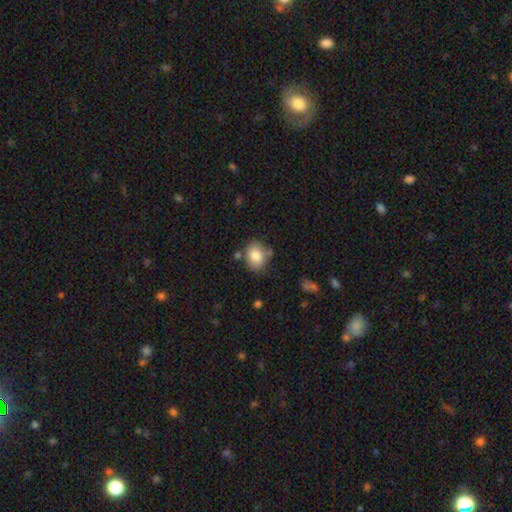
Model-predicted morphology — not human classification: This appears to be a smooth galaxy with no disk features (81%) that is in between round and cigar-shaped (55%). Merging: none (73%).